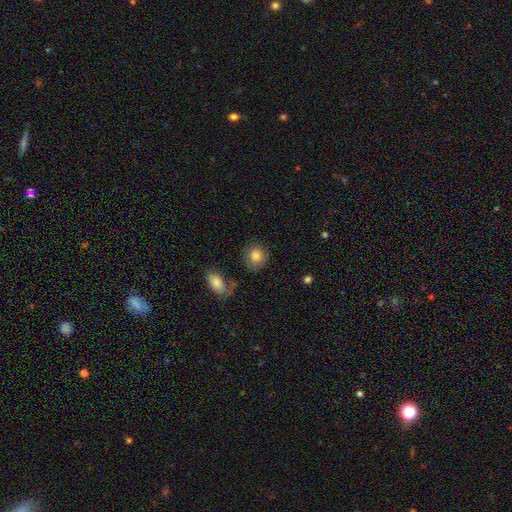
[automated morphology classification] Smooth or featured?
  - smooth: 84% *
  - star or artifact: 8%
  - featured or disk: 8%
How rounded?
  - round: 75% *
  - in between: 23%
  - cigar-shaped: 1%
Merging?
  - none: 68% *
  - minor disturbance: 18%
  - major disturbance: 7%
  - merger: 6%